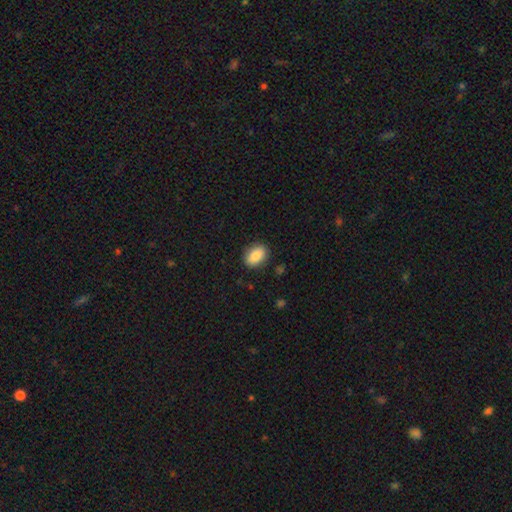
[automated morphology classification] A smooth galaxy with no disk features (85%) that is in between round and cigar-shaped (81%). Merging: none (87%).